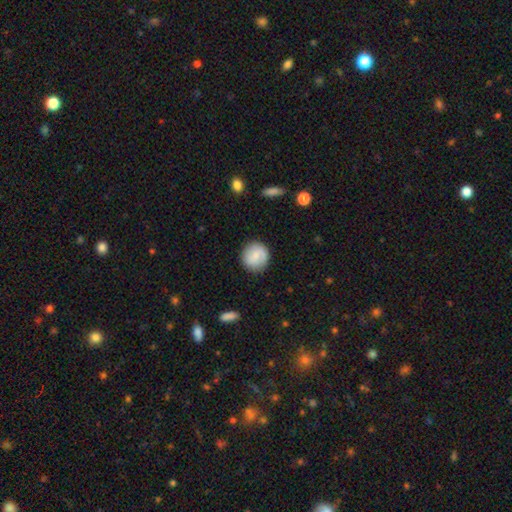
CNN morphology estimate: Overall: smooth (70%). How rounded: round (92%). Merging: none (87%).